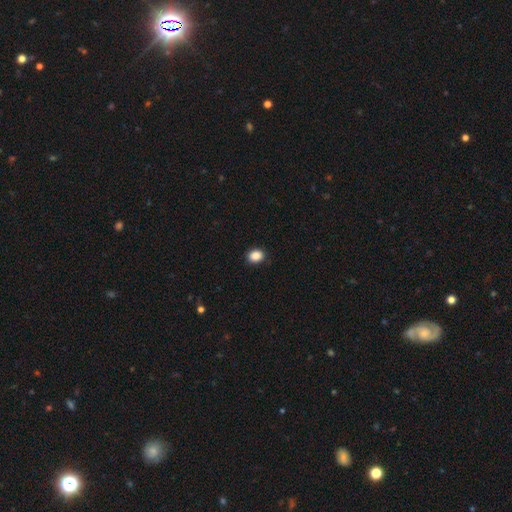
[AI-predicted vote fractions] Smooth or featured?
  - smooth: 87% *
  - star or artifact: 9%
  - featured or disk: 3%
How rounded?
  - in between: 51% *
  - round: 48%
  - cigar-shaped: 1%
Merging?
  - none: 89% *
  - minor disturbance: 8%
  - major disturbance: 2%
  - merger: 1%